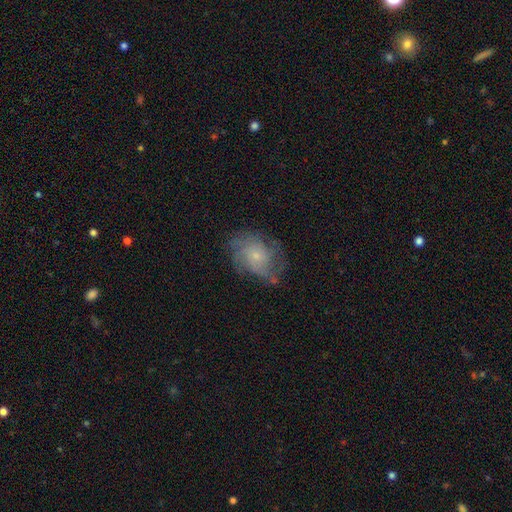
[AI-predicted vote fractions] smooth-or-featured: featured or disk: 63% | smooth: 27% | star or artifact: 9%
  disk-edge-on: no: 97% | yes: 3%
    bar: no: 81% | weak: 17% | strong: 2%
    has-spiral-arms: yes: 84% | no: 16%
      spiral-winding: tight: 43% | medium: 38% | loose: 19%
      spiral-arm-count: can't tell: 43% | 3: 16% | 2: 14% | 4: 14% | more than 4: 7% | 1: 6%
    bulge-size: small: 74% | moderate: 19% | none: 4% | large: 2% | dominant: 1%
  merging: none: 61% | minor disturbance: 24% | major disturbance: 14% | merger: 2%